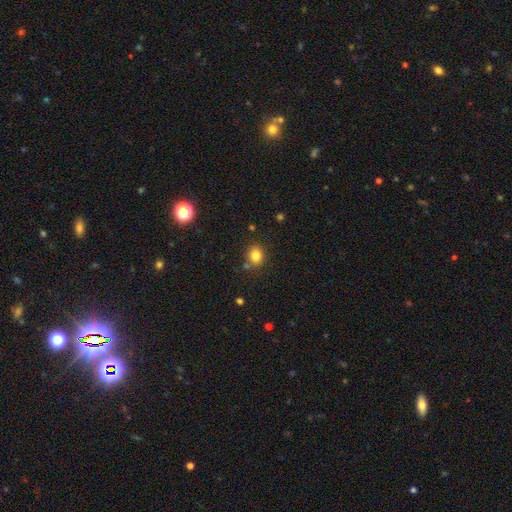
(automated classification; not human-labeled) Q: Smooth or featured?
A: smooth (81%); runner-up: star or artifact (12%)
Q: How rounded?
A: round (63%); runner-up: in between (36%)
Q: Merging?
A: none (80%); runner-up: minor disturbance (11%)